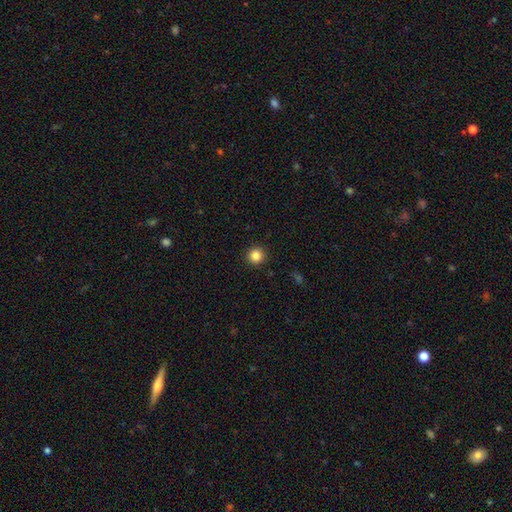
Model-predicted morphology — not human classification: Smooth or featured? Predicted: smooth (p=0.85). How rounded? Predicted: round (p=0.95). Merging? Predicted: none (p=0.93).